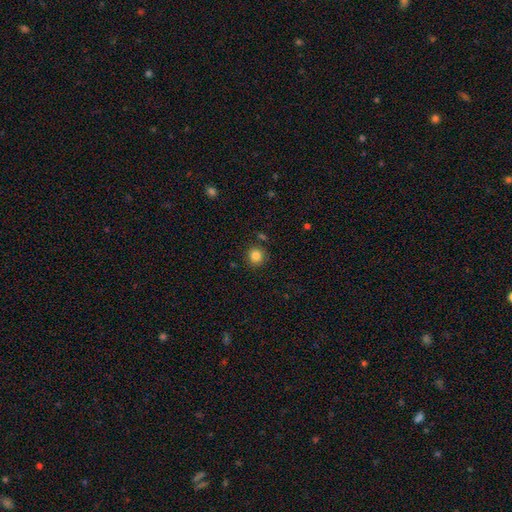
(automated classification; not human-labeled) Smooth or featured?
  - smooth: 85% *
  - star or artifact: 11%
  - featured or disk: 4%
How rounded?
  - round: 92% *
  - in between: 7%
  - cigar-shaped: 1%
Merging?
  - none: 85% *
  - minor disturbance: 9%
  - merger: 4%
  - major disturbance: 3%